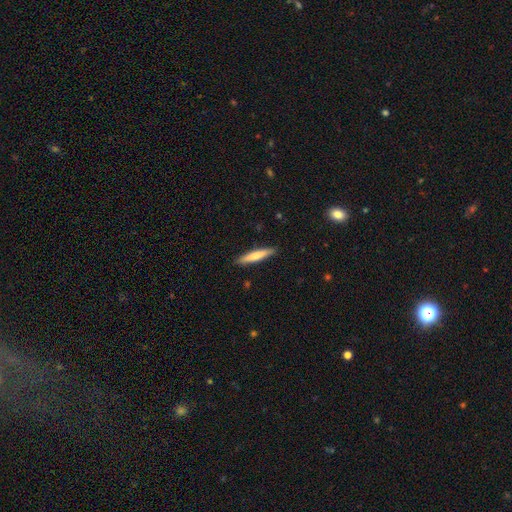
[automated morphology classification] Smooth or featured? smooth (69%)
How rounded? cigar-shaped (91%)
Merging? none (90%)